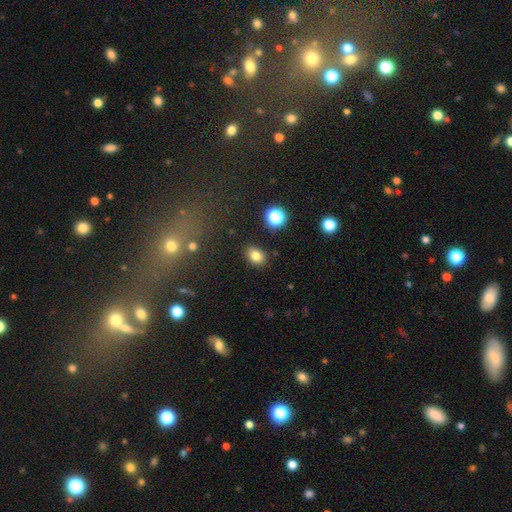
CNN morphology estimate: Smooth or featured? smooth (81%)
How rounded? in between (72%)
Merging? none (87%)